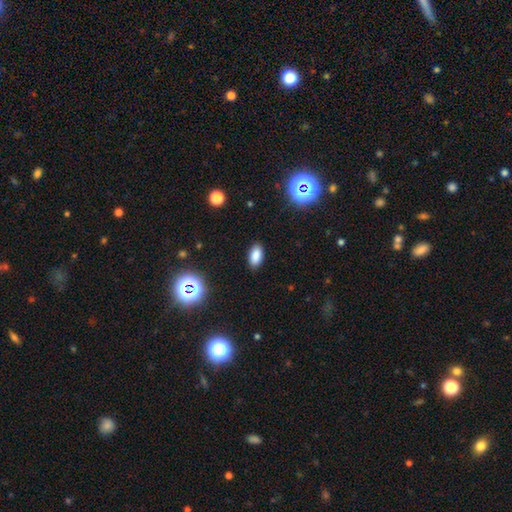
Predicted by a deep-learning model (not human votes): Overall: smooth (83%). How rounded: in between (91%). Merging: none (89%).